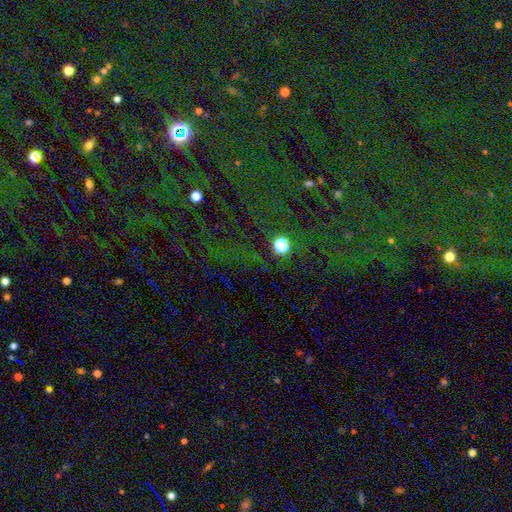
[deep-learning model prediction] star or artifact 80%, smooth 12%, featured or disk 7%.